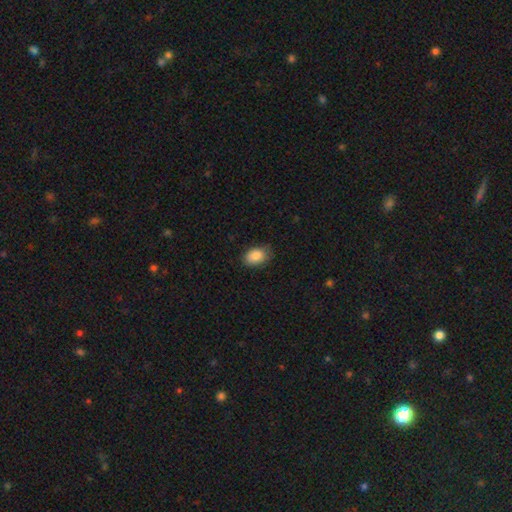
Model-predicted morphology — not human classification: Overall: smooth (85%). How rounded: in between (83%). Merging: none (75%).